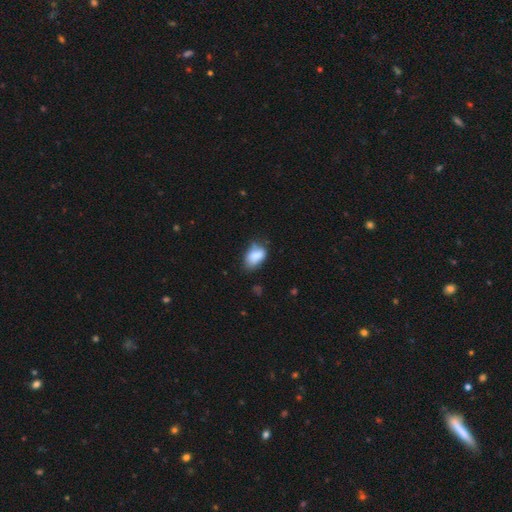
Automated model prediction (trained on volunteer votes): This appears to be a smooth galaxy with no disk features (82%) that is in between round and cigar-shaped (88%). Merging: none (50%).